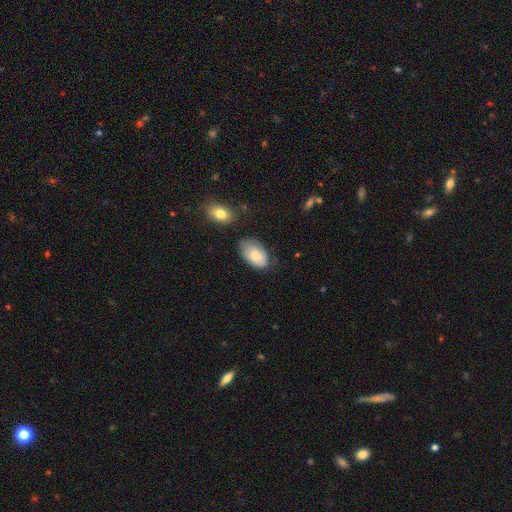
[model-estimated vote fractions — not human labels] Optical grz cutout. It shows a smooth galaxy with no disk features (79%) that is in between round and cigar-shaped (93%). Merging: none (60%).